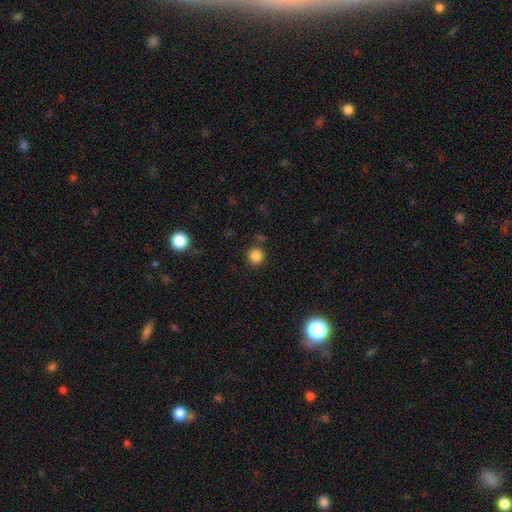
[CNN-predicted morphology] This appears to be a smooth galaxy with no disk features (84%) that is round (93%). Merging: none (84%).